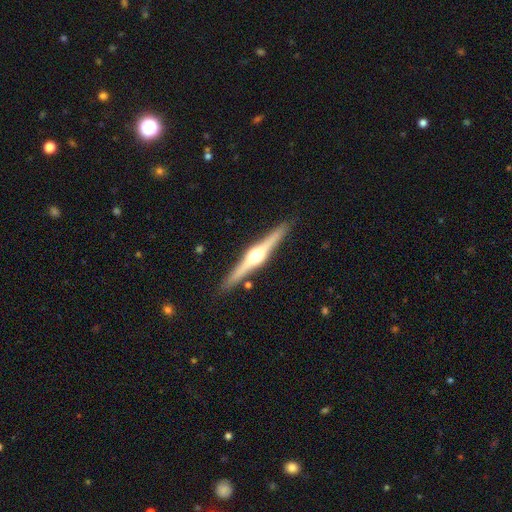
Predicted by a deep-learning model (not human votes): smooth-or-featured: featured or disk: 80% | smooth: 15% | star or artifact: 5%
  disk-edge-on: yes: 98% | no: 2%
    edge-on-bulge: rounded: 95% | boxy: 4% | none: 2%
  merging: none: 89% | minor disturbance: 8% | merger: 2% | major disturbance: 1%